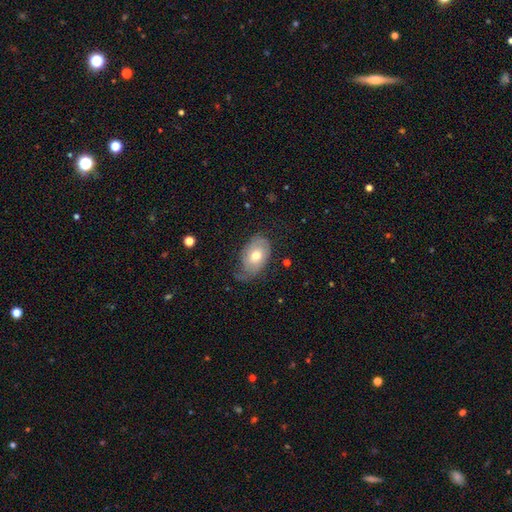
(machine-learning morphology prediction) The model was most divided on "smooth or featured": smooth: 48%, featured or disk: 45%, star or artifact: 7%. Remaining: merging — none (46%).